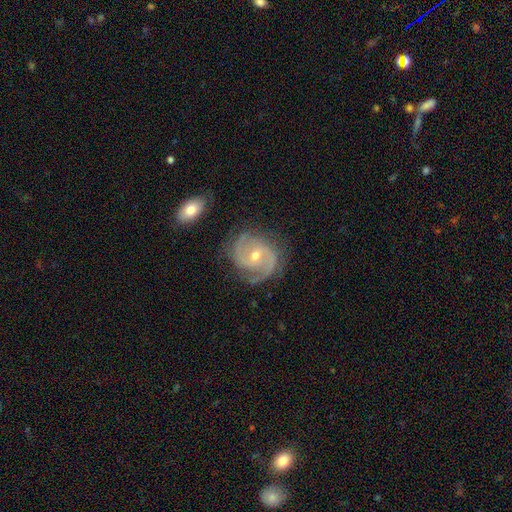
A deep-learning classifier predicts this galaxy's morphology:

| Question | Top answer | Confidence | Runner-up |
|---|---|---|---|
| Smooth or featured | featured or disk | 88% | smooth (6%) |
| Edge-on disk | no | 98% | yes (2%) |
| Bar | no | 50% | weak (39%) |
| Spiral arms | yes | 97% | no (3%) |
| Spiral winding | medium | 45% | tight (41%) |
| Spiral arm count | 2 | 69% | 3 (13%) |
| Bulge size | moderate | 50% | small (47%) |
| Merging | none | 73% | minor disturbance (18%) |